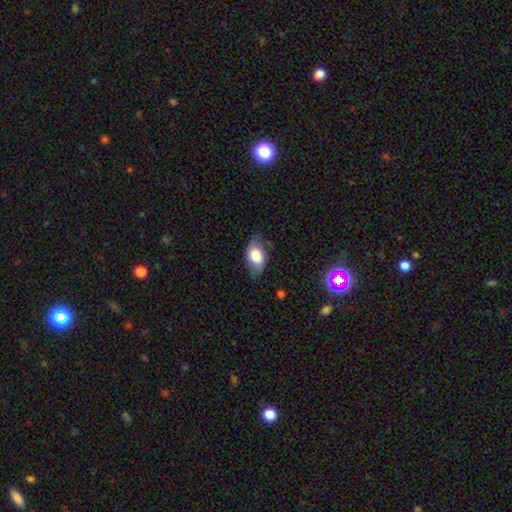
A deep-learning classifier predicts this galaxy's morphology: smooth 65%, featured or disk 27%, star or artifact 7%. Down the decision tree: how rounded — in between (89%); merging — none (65%).